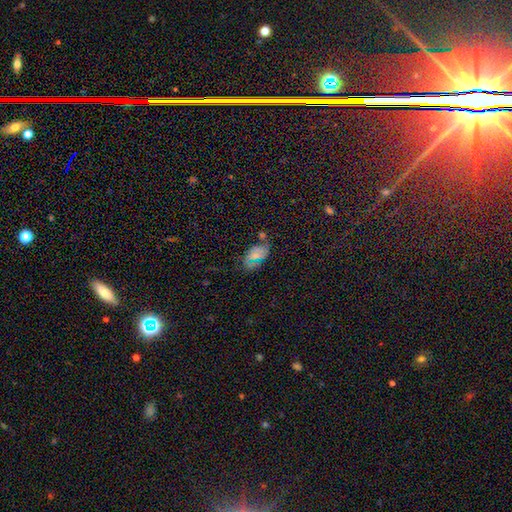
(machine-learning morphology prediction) Smooth or featured: smooth — 52% (featured or disk — 26%)
How rounded: in between — 91% (round — 7%)
Merging: none — 53% (minor disturbance — 25%)